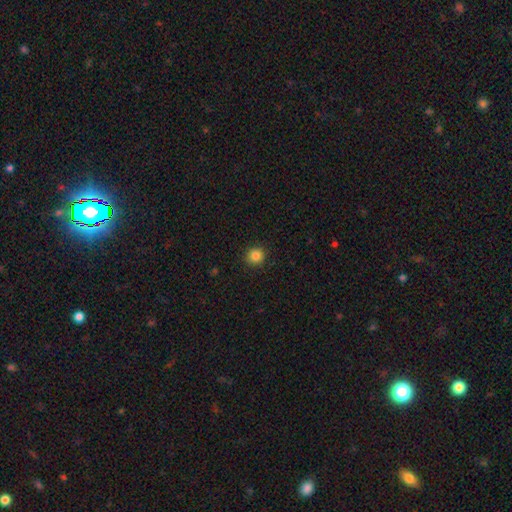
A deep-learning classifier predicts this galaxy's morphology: A smooth galaxy with no disk features (85%) that is round (92%). Merging: none (91%).